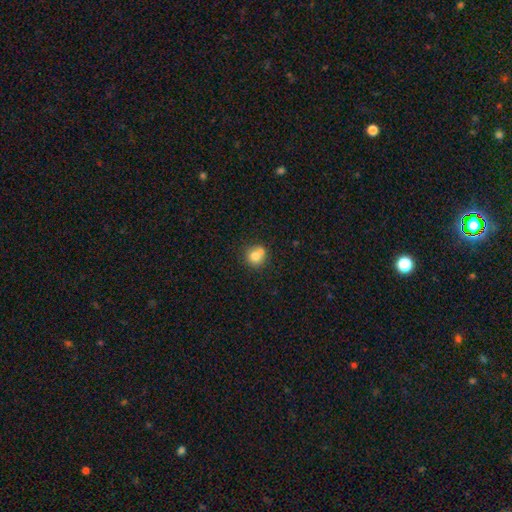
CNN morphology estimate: A smooth galaxy with no disk features (76%) that is round (86%).

Vote fractions:
- Smooth or featured? smooth: 76% / featured or disk: 13% / star or artifact: 11%
- How rounded? round: 86% / in between: 13% / cigar-shaped: 1%
- Merging? none: 51% / merger: 32% / minor disturbance: 13% / major disturbance: 4%